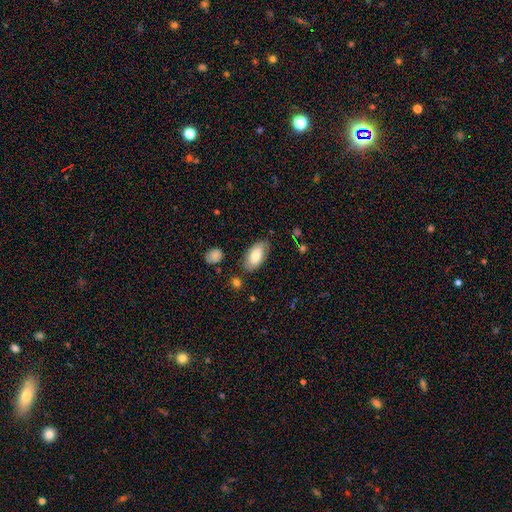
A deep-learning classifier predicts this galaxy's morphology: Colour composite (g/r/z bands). It shows a smooth galaxy with no disk features (74%) that is in between round and cigar-shaped (94%). Merging: none (76%).